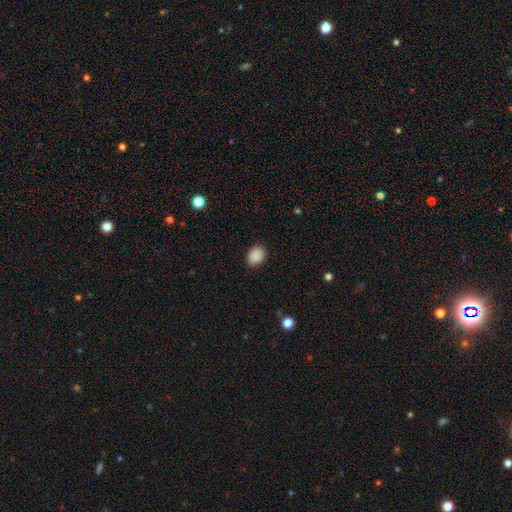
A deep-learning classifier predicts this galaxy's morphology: Smooth or featured?
  - smooth: 89% *
  - star or artifact: 9%
  - featured or disk: 3%
How rounded?
  - in between: 57% *
  - round: 42%
  - cigar-shaped: 1%
Merging?
  - none: 87% *
  - minor disturbance: 9%
  - major disturbance: 2%
  - merger: 1%